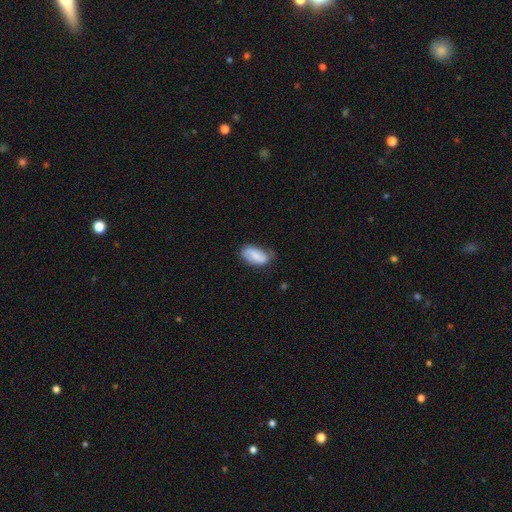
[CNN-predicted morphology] A smooth galaxy with no disk features (64%) that is in between round and cigar-shaped (92%).

Vote fractions:
- Smooth or featured? smooth: 64% / featured or disk: 29% / star or artifact: 7%
- How rounded? in between: 92% / cigar-shaped: 4% / round: 4%
- Merging? none: 63% / minor disturbance: 29% / major disturbance: 7% / merger: 2%